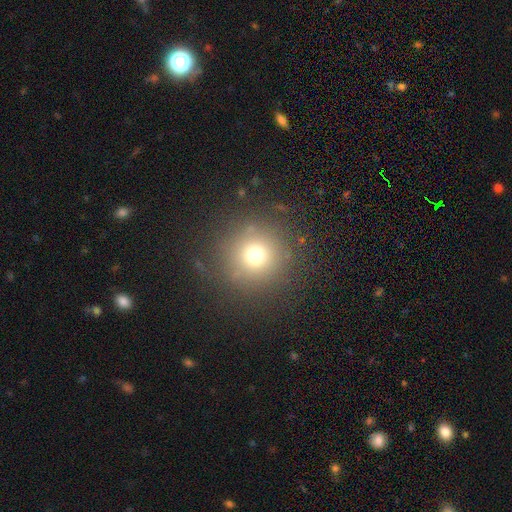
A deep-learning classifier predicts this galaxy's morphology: A smooth galaxy with no disk features (70%) that is round (95%). Merging: none (85%).